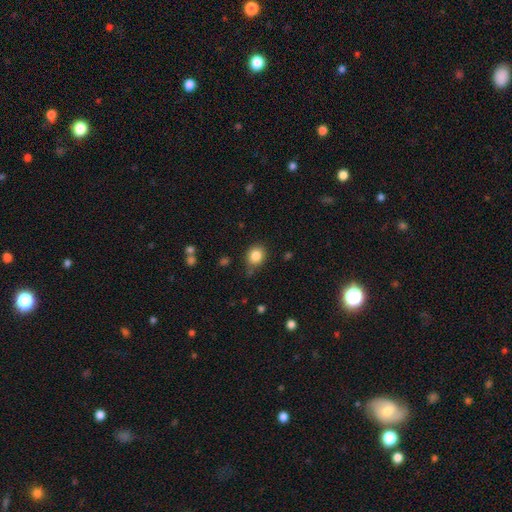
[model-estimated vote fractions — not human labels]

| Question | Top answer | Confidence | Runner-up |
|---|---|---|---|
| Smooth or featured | smooth | 85% | star or artifact (10%) |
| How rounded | round | 68% | in between (31%) |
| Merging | none | 72% | minor disturbance (20%) |